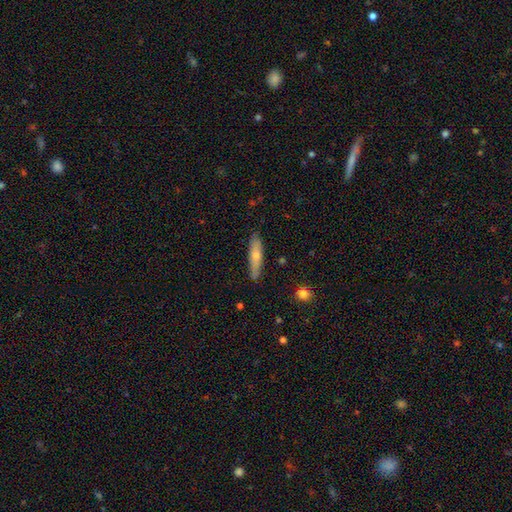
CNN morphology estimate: smooth-or-featured: smooth: 62% | featured or disk: 32% | star or artifact: 6%
  how-rounded: cigar-shaped: 79% | in between: 19% | round: 2%
  merging: none: 82% | minor disturbance: 14% | major disturbance: 2% | merger: 2%